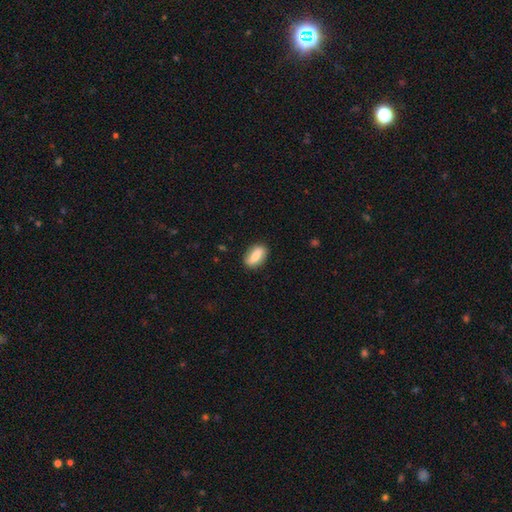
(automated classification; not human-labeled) Smooth or featured: smooth — 73% (featured or disk — 21%)
How rounded: in between — 80% (cigar-shaped — 13%)
Merging: none — 85% (minor disturbance — 11%)